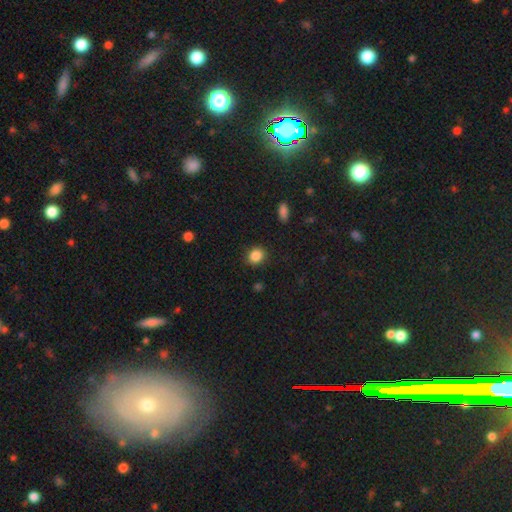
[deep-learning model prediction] Smooth or featured? Predicted: smooth (p=0.87). How rounded? Predicted: round (p=0.76). Merging? Predicted: none (p=0.89).